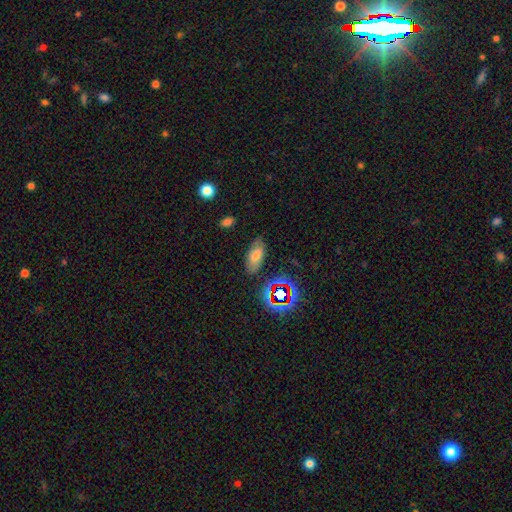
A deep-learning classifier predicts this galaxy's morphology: This appears to be a smooth galaxy with no disk features (63%) that is in between round and cigar-shaped (86%). Merging: none (78%).